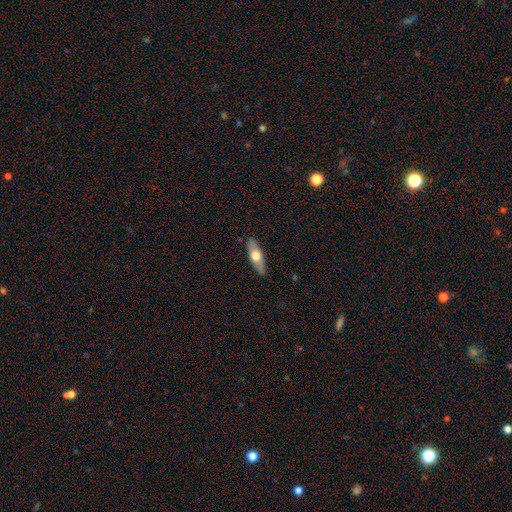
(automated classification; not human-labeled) A smooth galaxy with no disk features (55%) that is in between round and cigar-shaped (61%).

Vote fractions:
- Smooth or featured? smooth: 55% / featured or disk: 40% / star or artifact: 5%
- How rounded? in between: 61% / cigar-shaped: 37% / round: 3%
- Merging? none: 86% / minor disturbance: 11% / major disturbance: 2% / merger: 1%